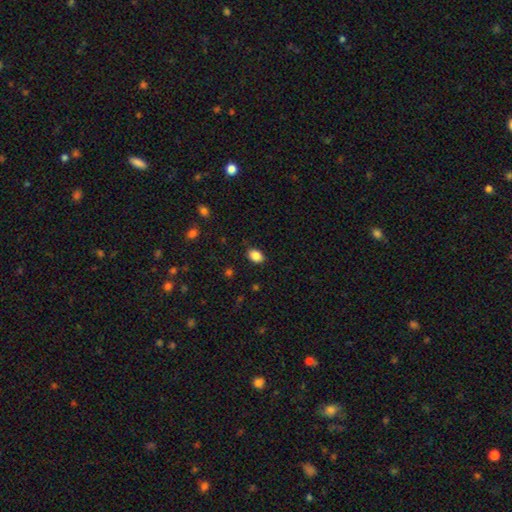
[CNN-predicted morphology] Smooth or featured?
  - smooth: 87% *
  - star or artifact: 9%
  - featured or disk: 4%
How rounded?
  - in between: 78% *
  - round: 21%
  - cigar-shaped: 1%
Merging?
  - none: 87% *
  - minor disturbance: 9%
  - major disturbance: 2%
  - merger: 1%